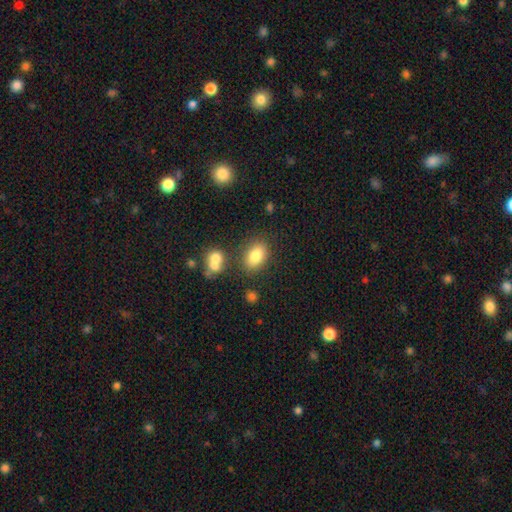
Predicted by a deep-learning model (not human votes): smooth 82%, featured or disk 9%, star or artifact 9%. Down the decision tree: how rounded — in between (82%); merging — none (76%).